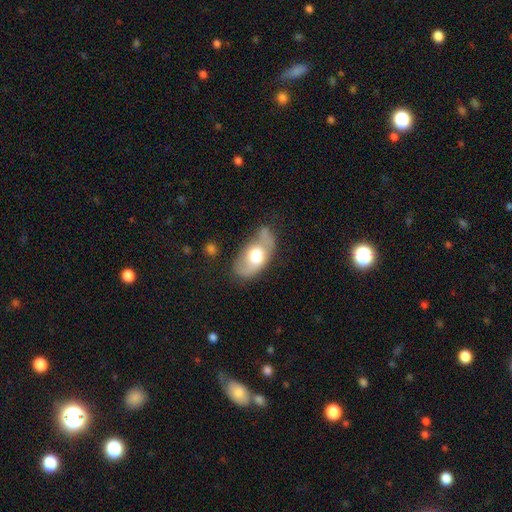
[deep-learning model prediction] A smooth galaxy with no disk features (59%) that is in between round and cigar-shaped (91%).

Vote fractions:
- Smooth or featured? smooth: 59% / featured or disk: 35% / star or artifact: 7%
- How rounded? in between: 91% / round: 6% / cigar-shaped: 3%
- Merging? none: 43% / minor disturbance: 33% / major disturbance: 16% / merger: 7%